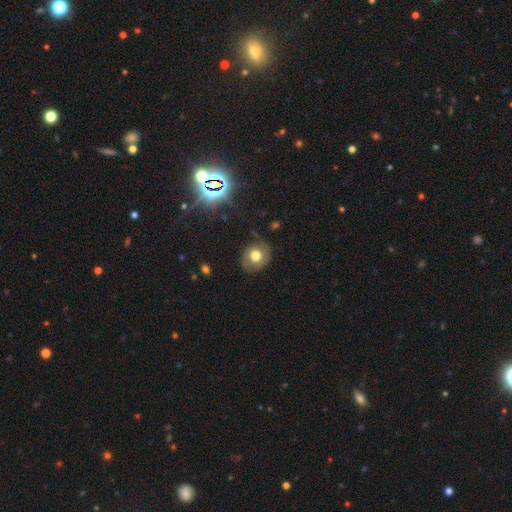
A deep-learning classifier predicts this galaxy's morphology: Smooth or featured? Predicted: smooth (p=0.66). How rounded? Predicted: round (p=0.65). Merging? Predicted: none (p=0.77).